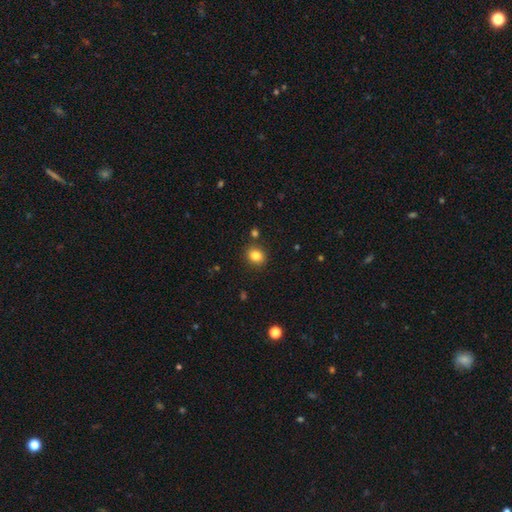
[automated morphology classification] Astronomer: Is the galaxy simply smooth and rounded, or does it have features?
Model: smooth — 83%.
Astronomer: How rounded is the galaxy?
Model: round — 64%.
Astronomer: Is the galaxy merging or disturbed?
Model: none — 86%.